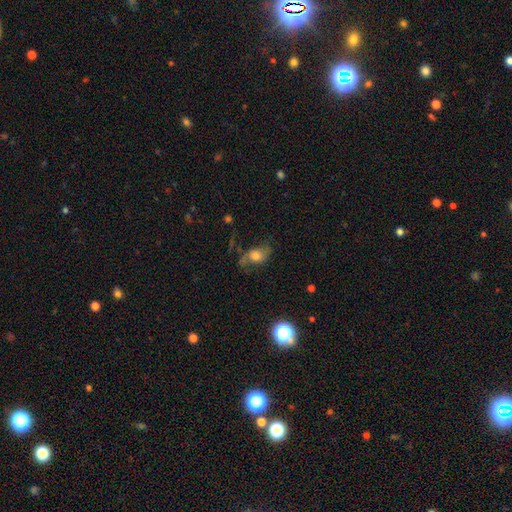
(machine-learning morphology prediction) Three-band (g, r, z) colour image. It shows a smooth galaxy with no disk features (52%) that is in between round and cigar-shaped (77%). Merging: none (48%).